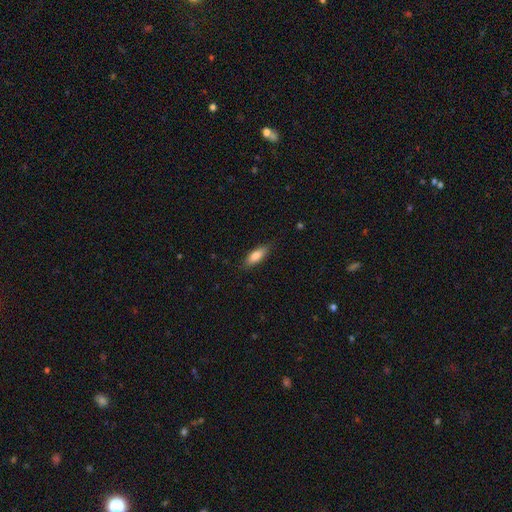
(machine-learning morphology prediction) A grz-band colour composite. It shows a smooth galaxy with no disk features (80%) that is in between round and cigar-shaped (66%). Merging: none (83%).